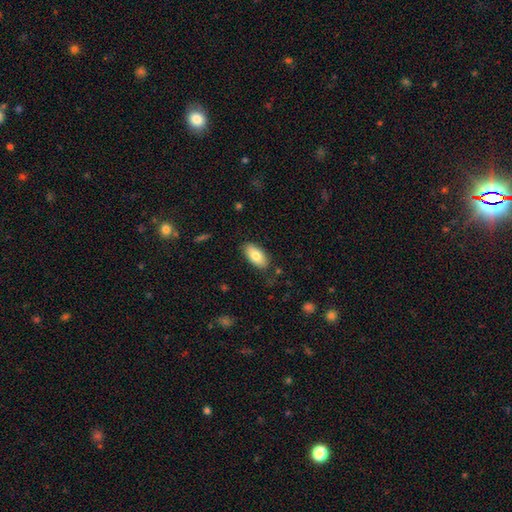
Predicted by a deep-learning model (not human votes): smooth-or-featured: smooth: 80% | featured or disk: 13% | star or artifact: 6%
  how-rounded: in between: 92% | cigar-shaped: 5% | round: 2%
  merging: none: 83% | minor disturbance: 13% | major disturbance: 3% | merger: 2%